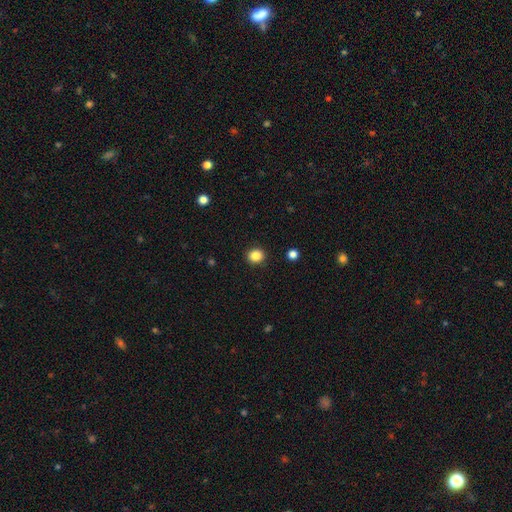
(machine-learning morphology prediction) type=smooth (86%); roundness=round (81%); merging=none (91%).